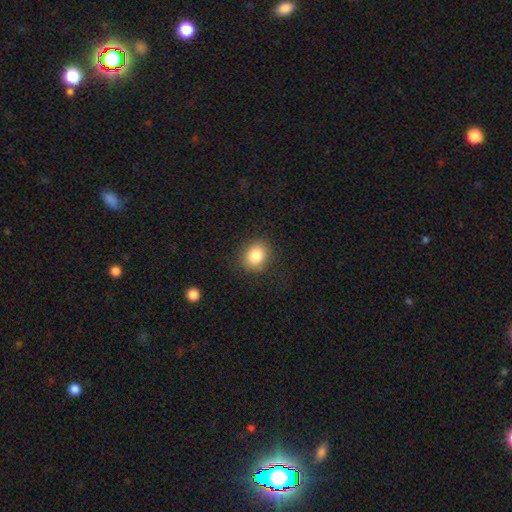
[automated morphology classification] Smooth or featured? Predicted: smooth (p=0.85). How rounded? Predicted: round (p=0.63). Merging? Predicted: none (p=0.86).